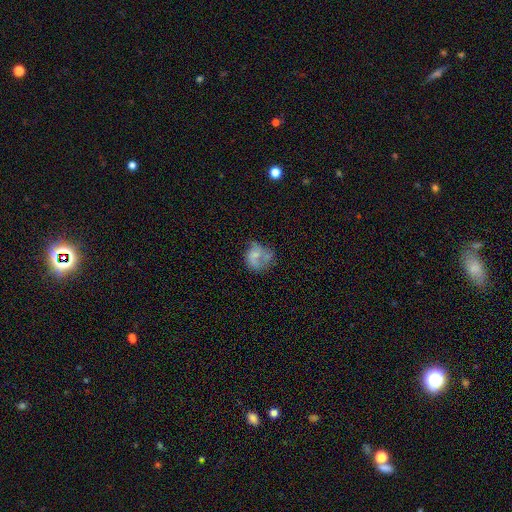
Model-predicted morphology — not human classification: Overall: smooth (49%; featured or disk 41%). Merging: none (34%; major disturbance 28%).